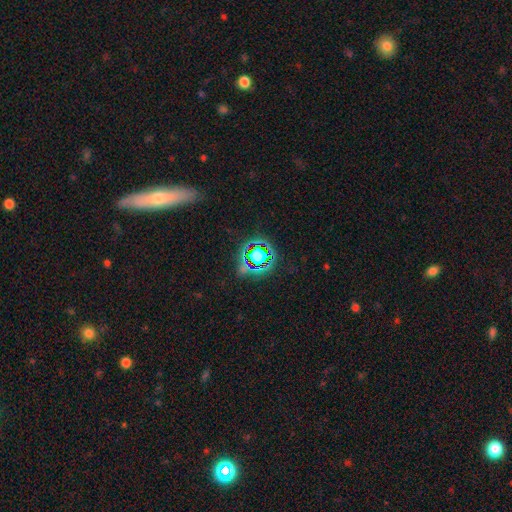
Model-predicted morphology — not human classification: This appears to be a star or artifact, not a galaxy (58%).